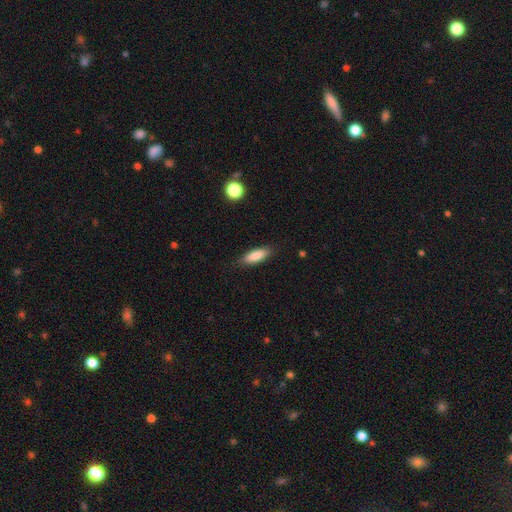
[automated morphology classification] A smooth galaxy with no disk features (84%) that is in between round and cigar-shaped (58%). Merging: none (85%).